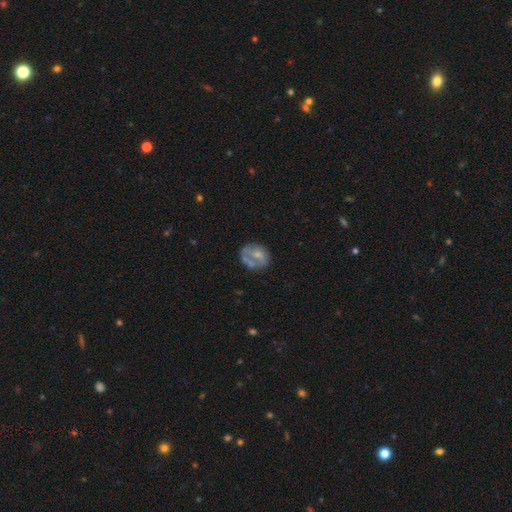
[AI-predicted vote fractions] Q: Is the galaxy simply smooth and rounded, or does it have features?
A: featured or disk — 47%.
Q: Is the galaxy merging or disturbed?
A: none — 43%.